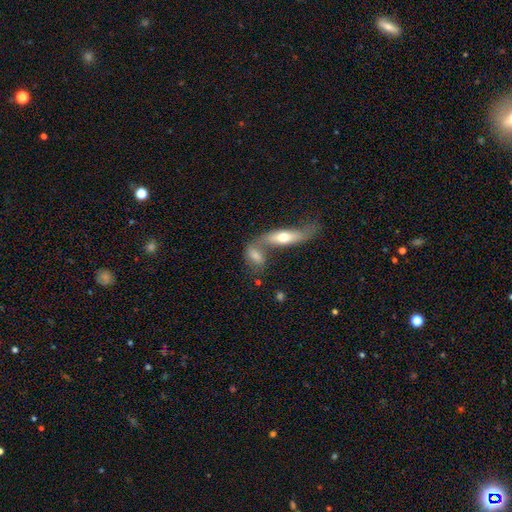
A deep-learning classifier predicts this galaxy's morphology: Smooth or featured?
  - smooth: 65% *
  - featured or disk: 27%
  - star or artifact: 8%
How rounded?
  - in between: 74% *
  - cigar-shaped: 20%
  - round: 6%
Merging?
  - merger: 55% *
  - none: 28%
  - minor disturbance: 10%
  - major disturbance: 7%